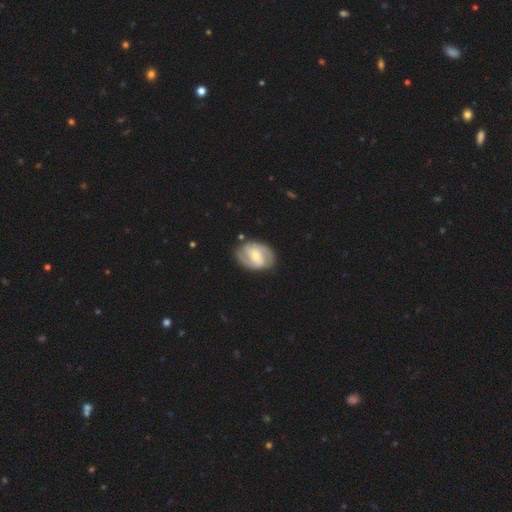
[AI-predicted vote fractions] The model was most divided on "bulge size" (2-way tie): small: 48%, moderate: 48%, large: 2%, none: 1%, dominant: 1%. Remaining: edge-on disk — no (97%); spiral arms — yes (92%); merging — none (79%); smooth or featured — featured or disk (77%); spiral arm count — 2 (75%); spiral winding — medium (45%); bar — weak (43%).